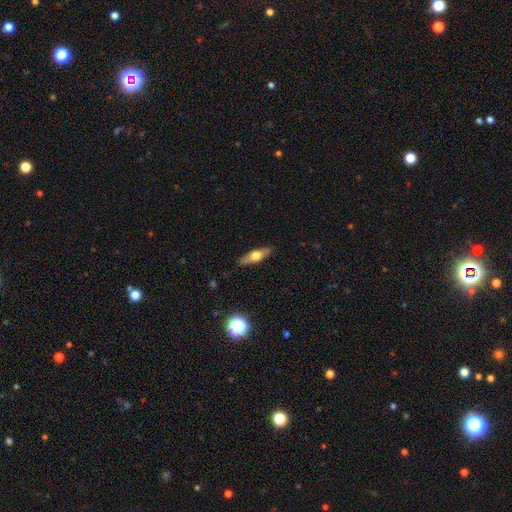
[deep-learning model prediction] Smooth or featured?
  - featured or disk: 53% *
  - smooth: 41%
  - star or artifact: 7%
Edge-on disk?
  - yes: 89% *
  - no: 11%
Merging?
  - none: 87% *
  - minor disturbance: 10%
  - major disturbance: 2%
  - merger: 1%